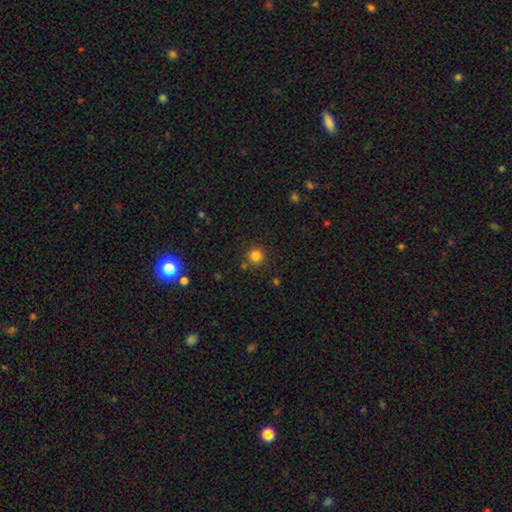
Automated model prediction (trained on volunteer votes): Smooth or featured: smooth — 81% (star or artifact — 14%)
How rounded: round — 94% (in between — 5%)
Merging: none — 85% (minor disturbance — 7%)